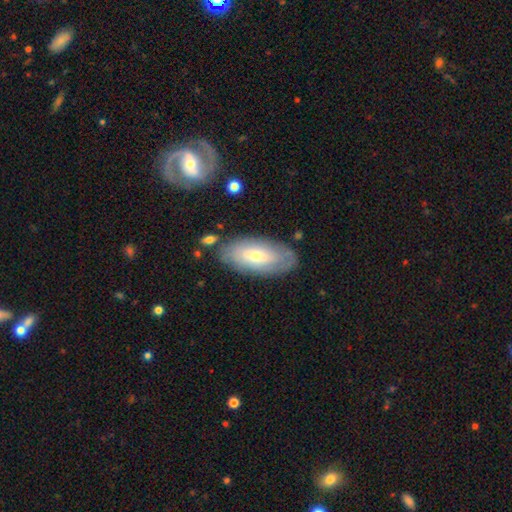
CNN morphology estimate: A smooth galaxy with no disk features (49%). Merging: none (79%).